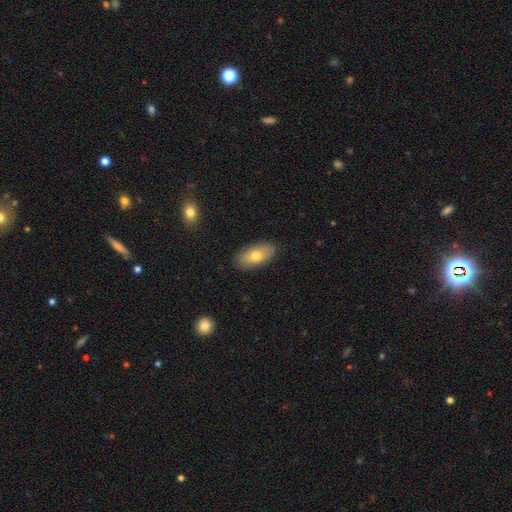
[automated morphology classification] Smooth or featured? smooth (73%)
How rounded? in between (91%)
Merging? none (87%)